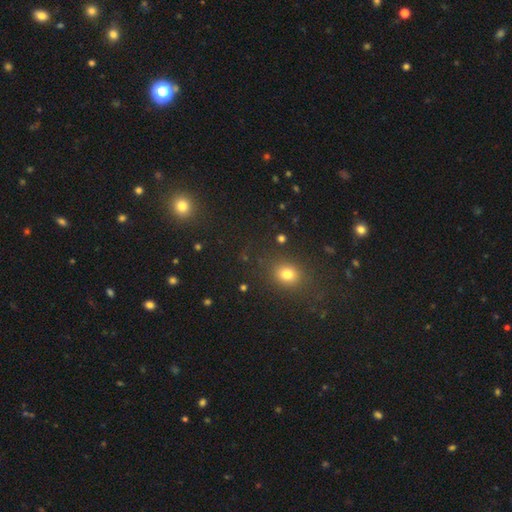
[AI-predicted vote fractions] Overall: smooth (52%; star or artifact 41%). How rounded: round (75%). Merging: none (85%).